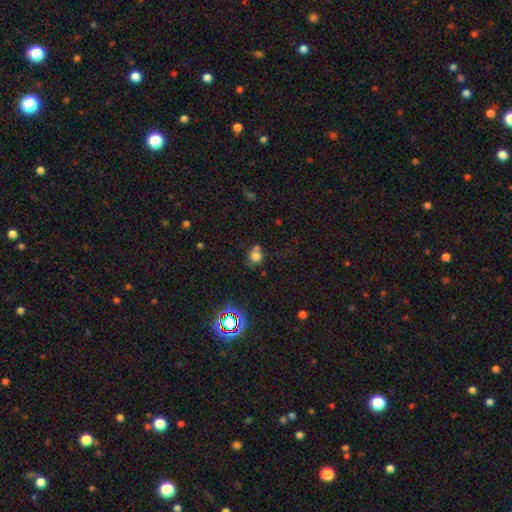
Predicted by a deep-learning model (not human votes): A smooth galaxy with no disk features (68%) that is round (74%).

Vote fractions:
- Smooth or featured? smooth: 68% / star or artifact: 21% / featured or disk: 12%
- How rounded? round: 74% / in between: 25% / cigar-shaped: 1%
- Merging? none: 49% / merger: 23% / minor disturbance: 19% / major disturbance: 9%